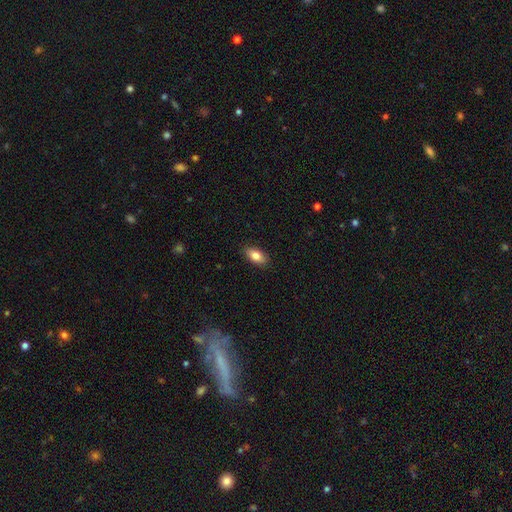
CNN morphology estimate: Q: Smooth or featured?
A: smooth (83%); runner-up: featured or disk (10%)
Q: How rounded?
A: in between (90%); runner-up: cigar-shaped (6%)
Q: Merging?
A: none (88%); runner-up: minor disturbance (9%)